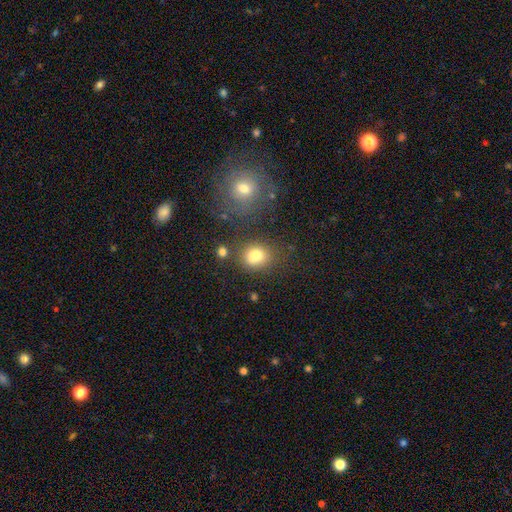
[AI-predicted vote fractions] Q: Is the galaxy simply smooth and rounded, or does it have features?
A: smooth — 82%.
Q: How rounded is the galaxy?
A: round — 54%.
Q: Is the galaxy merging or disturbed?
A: none — 66%.